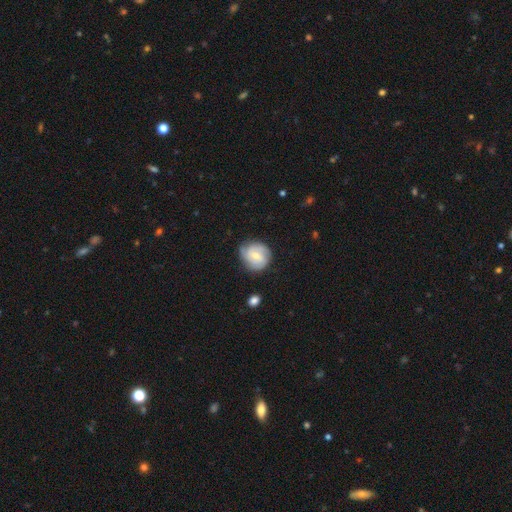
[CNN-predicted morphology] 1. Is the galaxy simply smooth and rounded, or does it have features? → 60% featured or disk, 34% smooth, 6% star or artifact.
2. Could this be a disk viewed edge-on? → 97% no, 3% yes.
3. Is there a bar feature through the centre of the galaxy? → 50% weak, 38% no, 12% strong.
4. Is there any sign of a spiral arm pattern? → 87% yes, 13% no.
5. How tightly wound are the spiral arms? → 53% tight, 35% medium, 12% loose.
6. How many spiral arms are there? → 32% 2, 30% can't tell, 26% 3, 5% 4, 4% 1, 3% more than 4.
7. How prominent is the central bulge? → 50% small, 45% moderate, 2% none, 2% large, 1% dominant.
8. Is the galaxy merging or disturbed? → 70% none, 22% minor disturbance, 6% major disturbance, 2% merger.